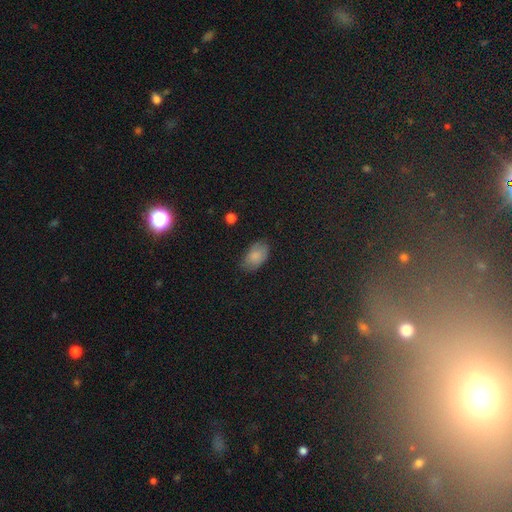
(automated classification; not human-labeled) This is clearly a smooth galaxy (83%). How rounded: clearly in between (93%). Merging: likely none (75%).